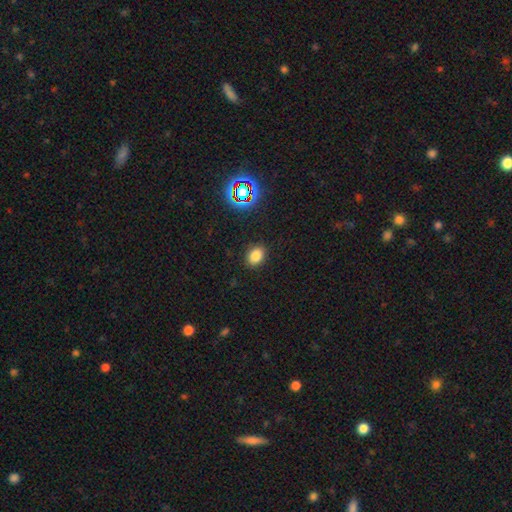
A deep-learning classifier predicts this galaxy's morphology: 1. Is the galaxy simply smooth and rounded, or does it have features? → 79% smooth, 15% star or artifact, 6% featured or disk.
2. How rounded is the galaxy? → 63% in between, 36% round, 1% cigar-shaped.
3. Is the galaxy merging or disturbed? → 88% none, 8% minor disturbance, 3% major disturbance, 1% merger.